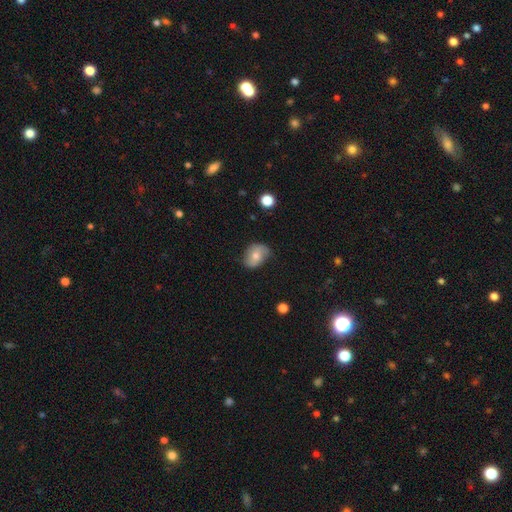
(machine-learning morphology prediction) This appears to be a smooth galaxy with no disk features (64%) that is in between round and cigar-shaped (72%). Merging: none (62%).